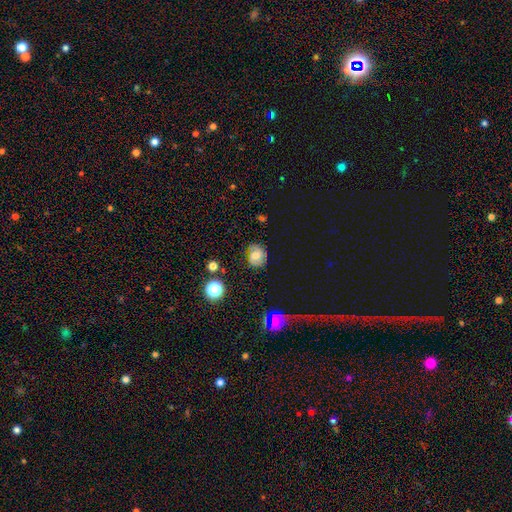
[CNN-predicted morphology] smooth 53%, featured or disk 33%, star or artifact 14%. Down the decision tree: how rounded — round (66%); merging — none (72%).